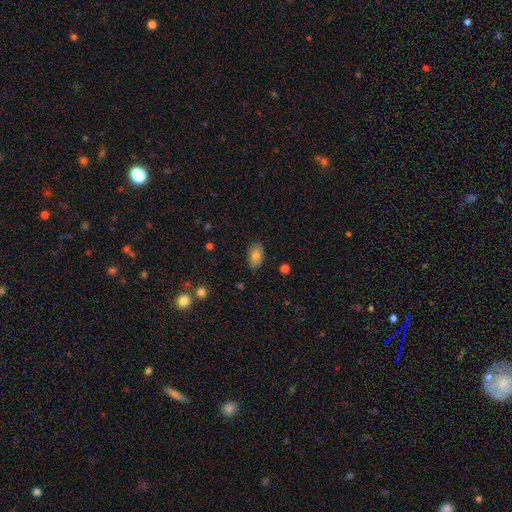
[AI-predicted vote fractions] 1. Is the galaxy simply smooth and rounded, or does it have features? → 79% smooth, 13% featured or disk, 8% star or artifact.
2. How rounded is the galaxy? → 91% in between, 7% round, 2% cigar-shaped.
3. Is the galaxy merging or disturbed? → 84% none, 13% minor disturbance, 2% major disturbance, 1% merger.